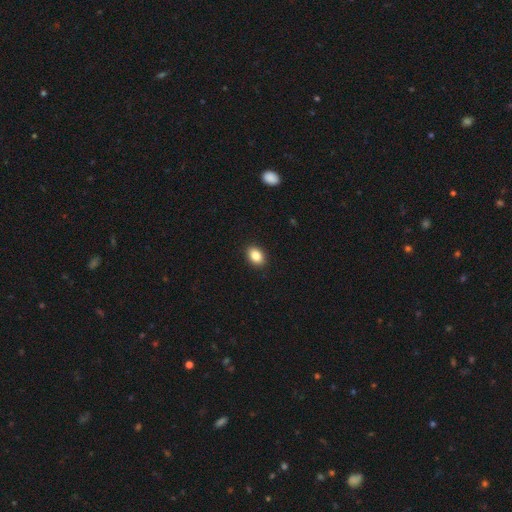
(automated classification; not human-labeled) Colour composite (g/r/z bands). It shows a smooth galaxy with no disk features (86%) that is in between round and cigar-shaped (75%). Merging: none (91%).